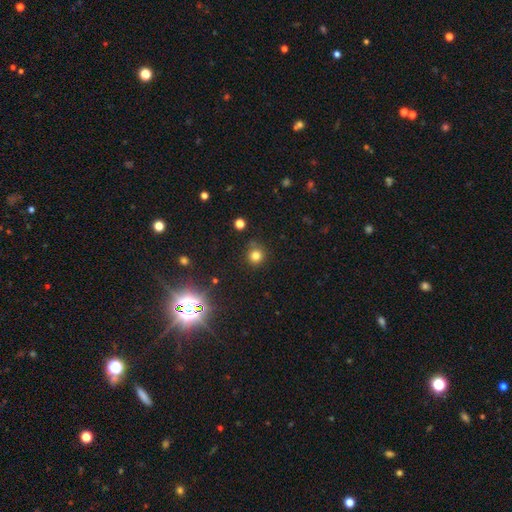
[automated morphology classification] Q: Smooth or featured?
A: smooth (78%); runner-up: star or artifact (17%)
Q: How rounded?
A: round (92%); runner-up: in between (7%)
Q: Merging?
A: none (83%); runner-up: minor disturbance (11%)